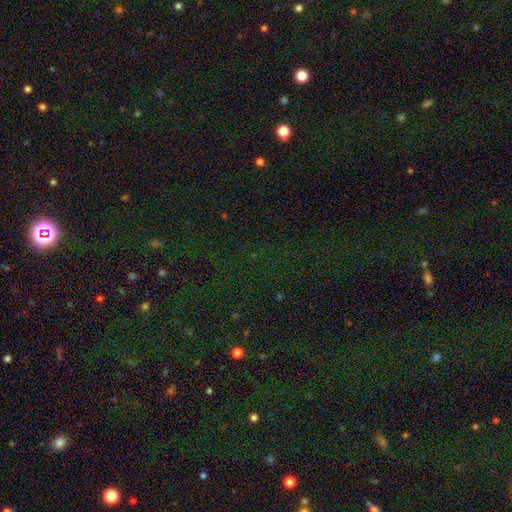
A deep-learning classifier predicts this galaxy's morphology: Smooth or featured? Predicted: star or artifact (p=0.79).